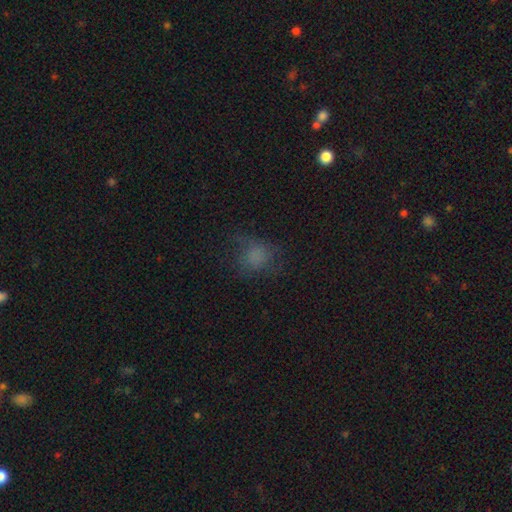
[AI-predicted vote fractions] Smooth or featured? Predicted: smooth (p=0.67). How rounded? Predicted: round (p=0.67). Merging? Predicted: none (p=0.57).